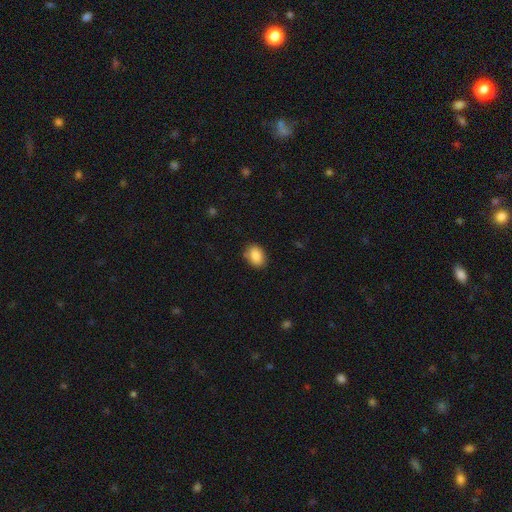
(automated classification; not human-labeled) Overall: smooth (87%). How rounded: in between (79%). Merging: none (82%).